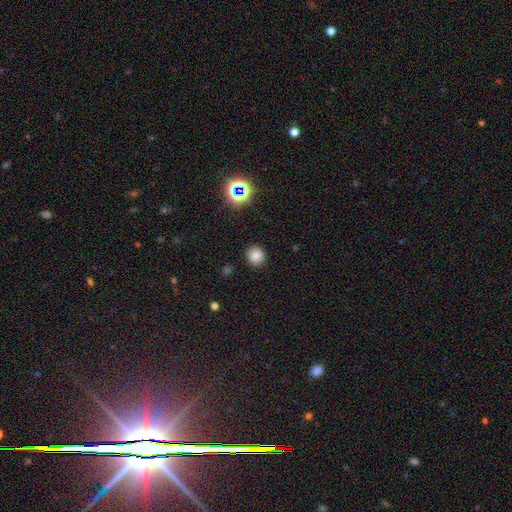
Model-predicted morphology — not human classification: smooth_or_featured: smooth (p=0.79) [alt: star or artifact p=0.16]
how_rounded: round (p=0.84) [alt: in between p=0.15]
merging: none (p=0.88) [alt: minor disturbance p=0.08]